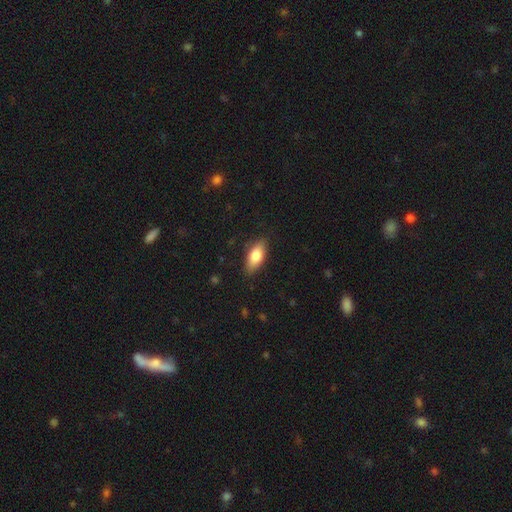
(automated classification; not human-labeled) This is likely a smooth galaxy (80%). How rounded: clearly in between (84%). Merging: clearly none (83%).